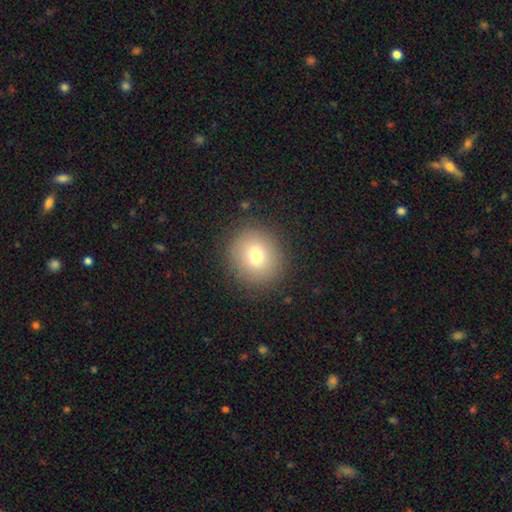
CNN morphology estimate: Smooth or featured? Predicted: smooth (p=0.75). How rounded? Predicted: round (p=0.89). Merging? Predicted: none (p=0.89).